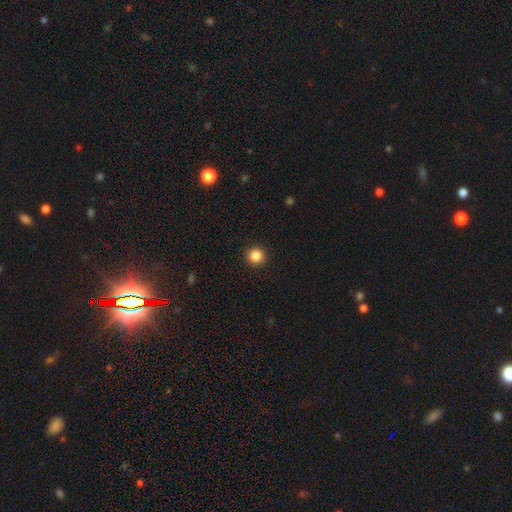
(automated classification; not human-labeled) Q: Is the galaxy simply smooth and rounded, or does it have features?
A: smooth — 85%.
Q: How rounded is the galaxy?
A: round — 95%.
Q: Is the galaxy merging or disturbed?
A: none — 94%.